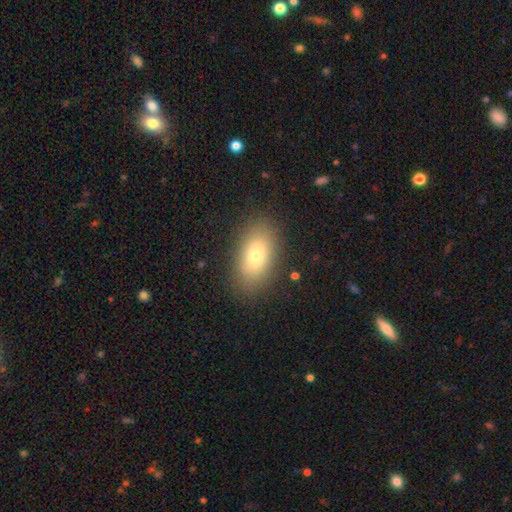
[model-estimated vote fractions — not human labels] Smooth or featured? Predicted: smooth (p=0.76). How rounded? Predicted: in between (p=0.89). Merging? Predicted: none (p=0.86).